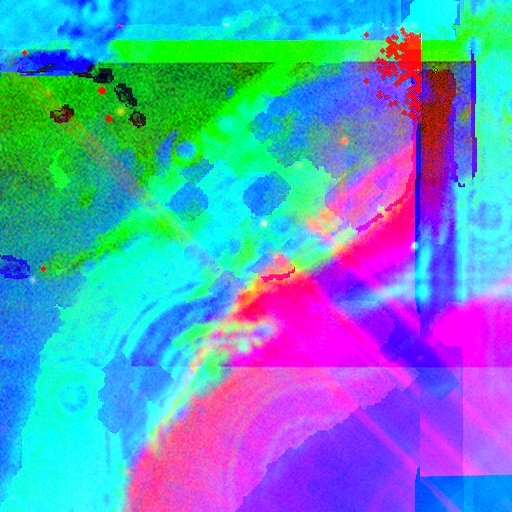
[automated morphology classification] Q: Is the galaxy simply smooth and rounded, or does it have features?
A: star or artifact — 86%.